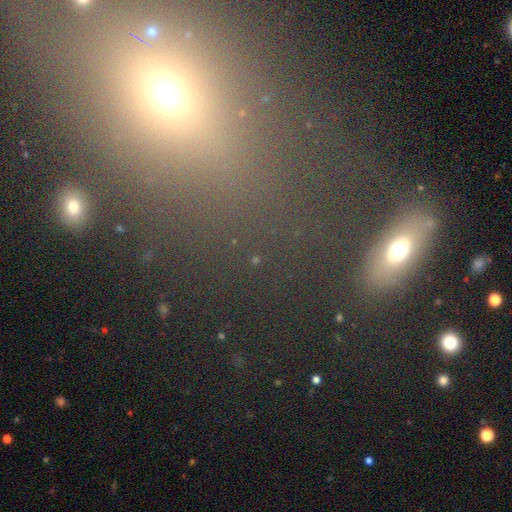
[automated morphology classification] smooth 50%, star or artifact 33%, featured or disk 17%. Down the decision tree: how rounded — in between (58%); merging — none (70%).